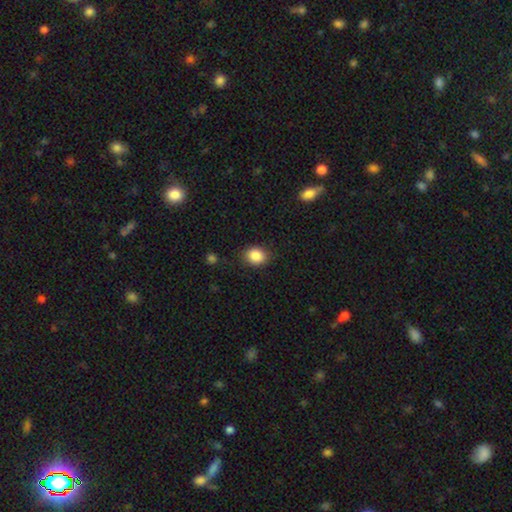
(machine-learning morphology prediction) This is clearly a smooth galaxy (87%). How rounded: likely round (61%). Merging: clearly none (85%).